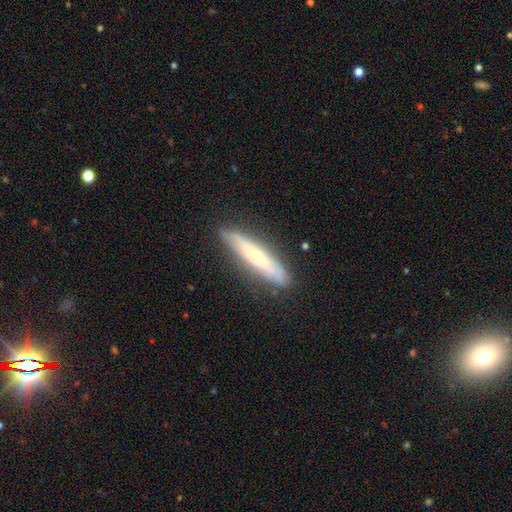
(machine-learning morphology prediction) This is possibly a featured or disk galaxy (52%). It is likely viewed edge-on (74%). Merging: clearly none (83%).